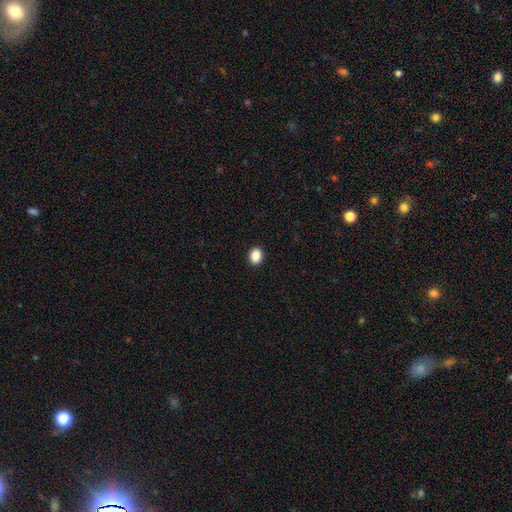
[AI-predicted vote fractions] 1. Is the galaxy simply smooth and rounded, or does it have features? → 89% smooth, 9% star or artifact, 3% featured or disk.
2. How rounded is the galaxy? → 59% in between, 40% round, 1% cigar-shaped.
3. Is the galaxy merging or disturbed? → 92% none, 6% minor disturbance, 2% major disturbance, 1% merger.